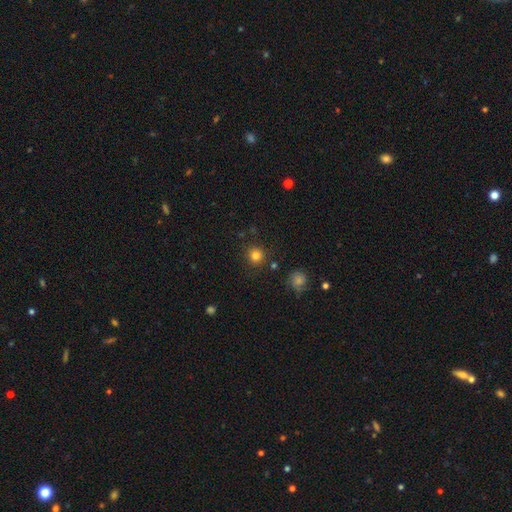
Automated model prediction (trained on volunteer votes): Smooth or featured: smooth — 81% (star or artifact — 13%)
How rounded: round — 93% (in between — 6%)
Merging: none — 86% (minor disturbance — 8%)